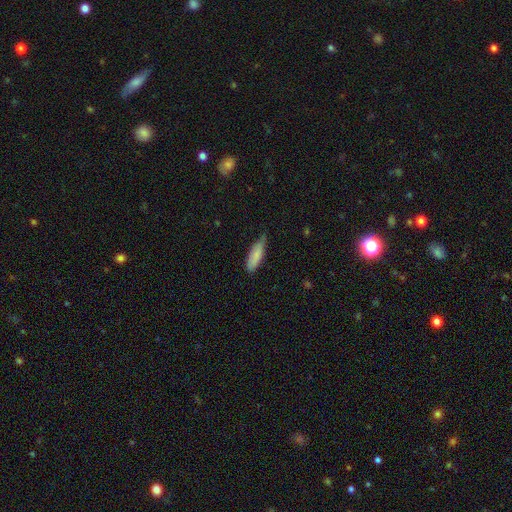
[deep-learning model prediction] This is likely a smooth galaxy (79%). How rounded: possibly in between (55%). Merging: possibly none (51%).